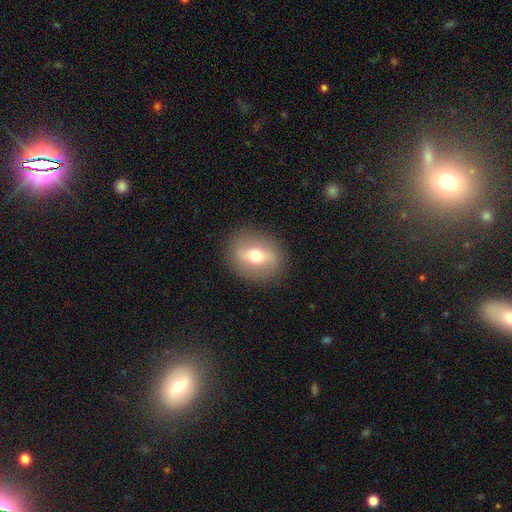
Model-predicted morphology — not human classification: Smooth or featured?
  - featured or disk: 46% *
  - smooth: 45%
  - star or artifact: 8%
Merging?
  - none: 87% *
  - minor disturbance: 8%
  - major disturbance: 3%
  - merger: 1%